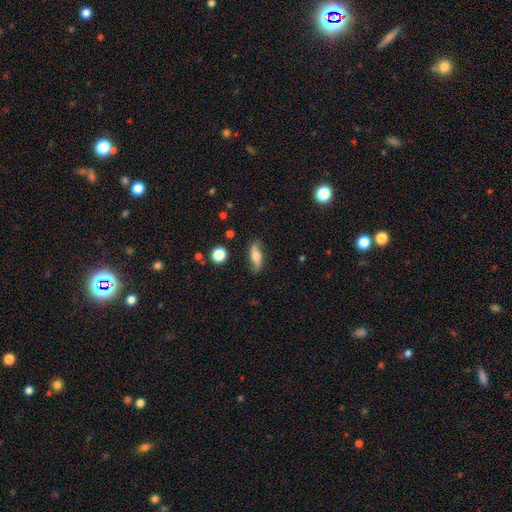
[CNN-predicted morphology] smooth_or_featured: smooth (p=0.51) [alt: featured or disk p=0.41]
how_rounded: in between (p=0.57) [alt: cigar-shaped p=0.38]
merging: none (p=0.78) [alt: minor disturbance p=0.16]